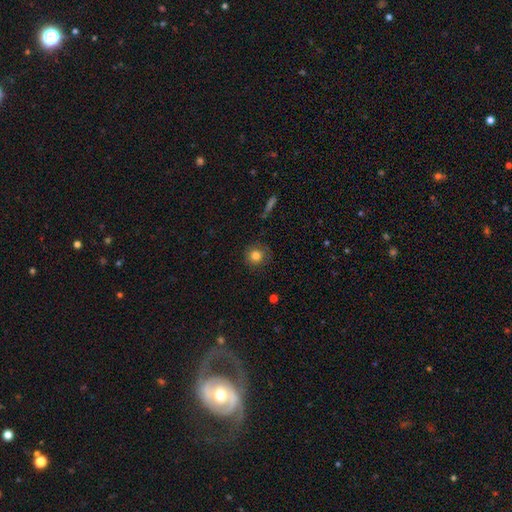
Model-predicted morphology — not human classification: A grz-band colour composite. It shows a smooth galaxy with no disk features (80%) that is round (92%). Merging: none (82%).